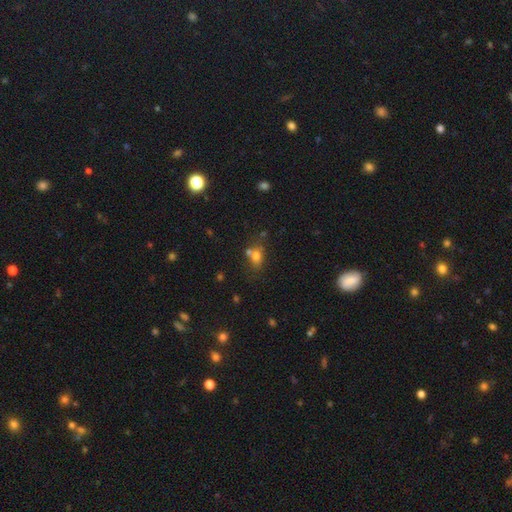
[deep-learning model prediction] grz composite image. It shows a smooth galaxy with no disk features (72%) that is in between round and cigar-shaped (64%). Merging: none (49%).